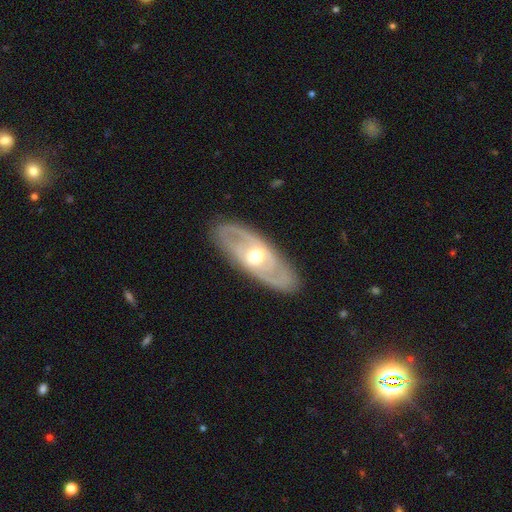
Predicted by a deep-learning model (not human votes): This appears to be a featured or disk galaxy (75%) with no bar (58%), spiral arms (59%) and a moderate central bulge (72%). Merging: none (86%).